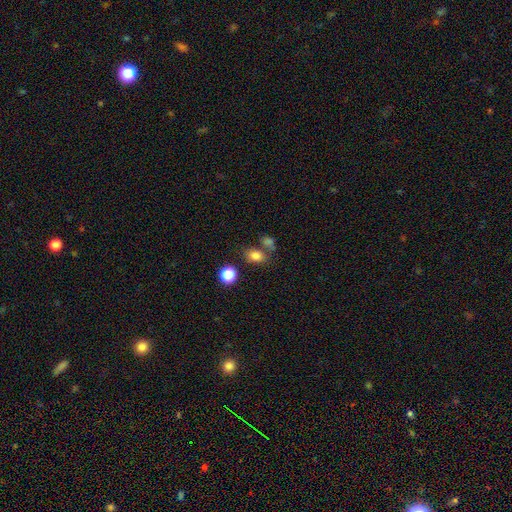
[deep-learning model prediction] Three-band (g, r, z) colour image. It shows a smooth galaxy with no disk features (80%) that is in between round and cigar-shaped (66%). Merging: none (61%).